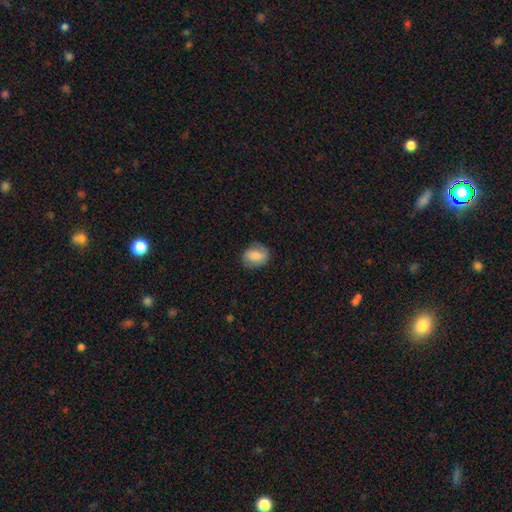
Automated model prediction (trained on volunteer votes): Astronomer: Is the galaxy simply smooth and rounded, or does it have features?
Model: smooth — 75%.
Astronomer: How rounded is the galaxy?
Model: in between — 58% (runner-up: round, 41%).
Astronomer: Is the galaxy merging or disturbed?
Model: none — 78%.